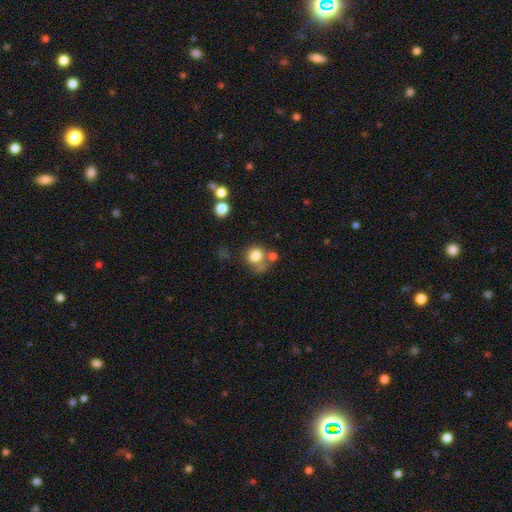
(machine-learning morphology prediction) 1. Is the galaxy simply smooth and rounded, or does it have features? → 80% smooth, 11% star or artifact, 9% featured or disk.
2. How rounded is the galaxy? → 86% round, 13% in between, 1% cigar-shaped.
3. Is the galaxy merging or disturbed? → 54% none, 19% merger, 17% minor disturbance, 10% major disturbance.